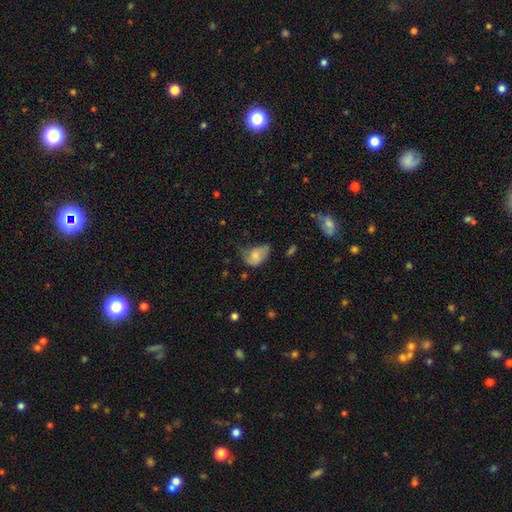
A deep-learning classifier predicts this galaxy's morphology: A smooth galaxy with no disk features (68%) that is in between round and cigar-shaped (80%). Merging: minor disturbance (41%).